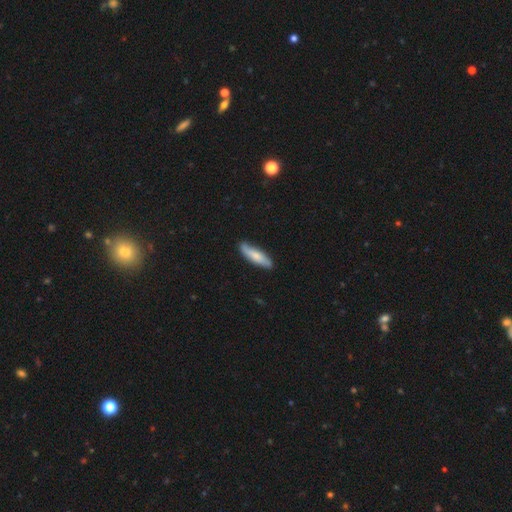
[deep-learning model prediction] A smooth galaxy with no disk features (66%) that is cigar-shaped (68%). Merging: none (77%).